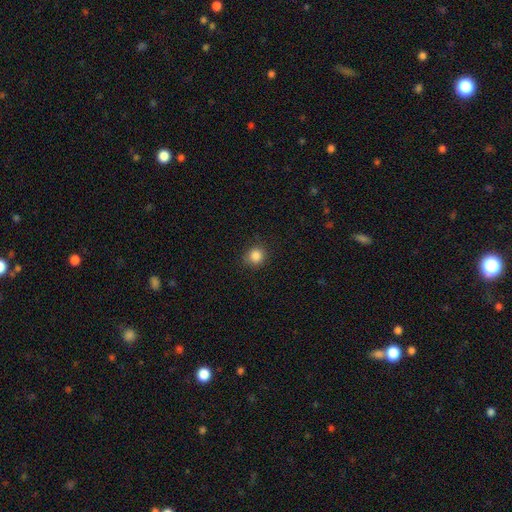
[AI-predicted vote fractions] smooth 86%, star or artifact 11%, featured or disk 4%. Down the decision tree: how rounded — round (91%); merging — none (87%).